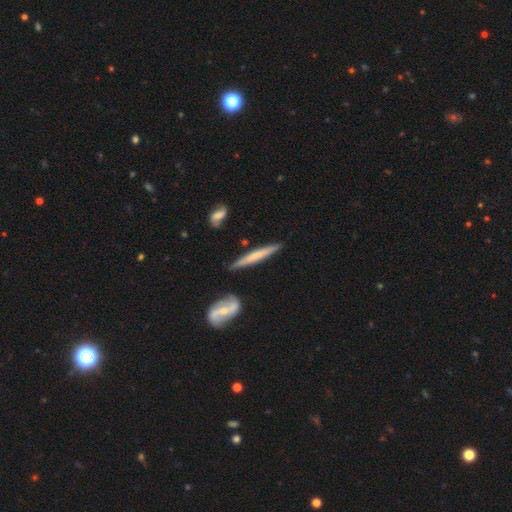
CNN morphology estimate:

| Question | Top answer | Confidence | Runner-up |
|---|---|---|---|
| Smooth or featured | featured or disk | 50% | smooth (45%) |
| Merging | none | 84% | minor disturbance (11%) |